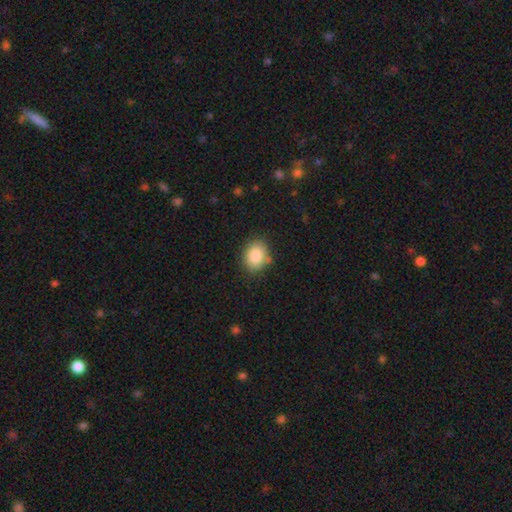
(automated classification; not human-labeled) smooth 85%, star or artifact 8%, featured or disk 7%. Down the decision tree: how rounded — in between (57%); merging — none (81%).